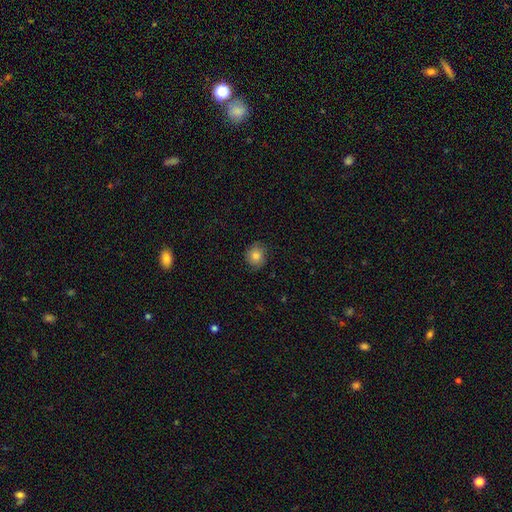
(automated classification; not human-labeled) Smooth or featured? Predicted: smooth (p=0.80). How rounded? Predicted: round (p=0.83). Merging? Predicted: none (p=0.82).